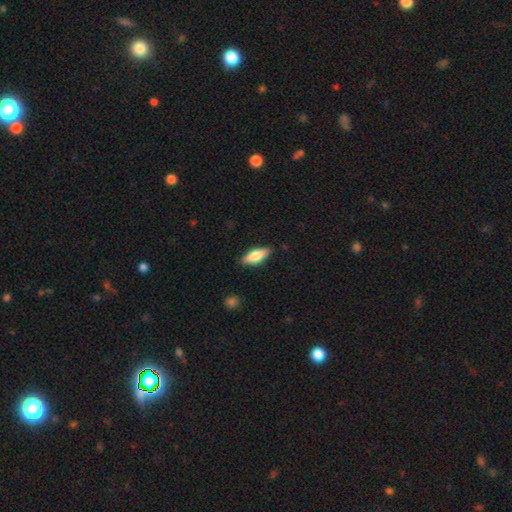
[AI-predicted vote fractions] smooth-or-featured: smooth: 73% | featured or disk: 21% | star or artifact: 6%
  how-rounded: in between: 69% | cigar-shaped: 29% | round: 2%
  merging: none: 86% | minor disturbance: 11% | major disturbance: 2% | merger: 1%